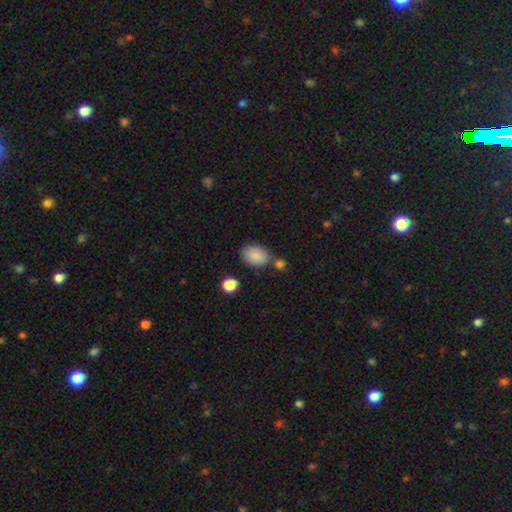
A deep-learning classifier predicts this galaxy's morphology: A smooth galaxy with no disk features (87%) that is in between round and cigar-shaped (82%).

Vote fractions:
- Smooth or featured? smooth: 87% / star or artifact: 8% / featured or disk: 5%
- How rounded? in between: 82% / round: 17% / cigar-shaped: 1%
- Merging? none: 68% / minor disturbance: 15% / merger: 13% / major disturbance: 4%